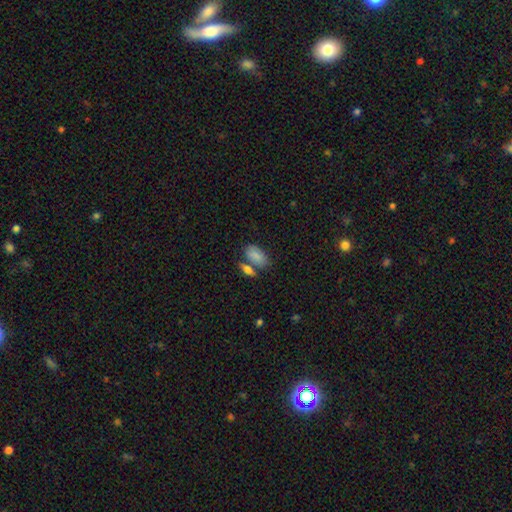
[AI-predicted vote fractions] smooth 85%, featured or disk 8%, star or artifact 7%. Down the decision tree: how rounded — in between (92%); merging — none (51%).